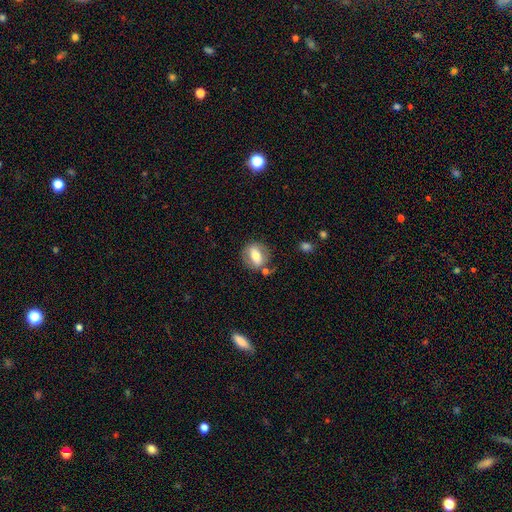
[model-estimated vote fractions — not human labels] Smooth or featured? smooth (57%)
How rounded? in between (54%)
Merging? none (71%)